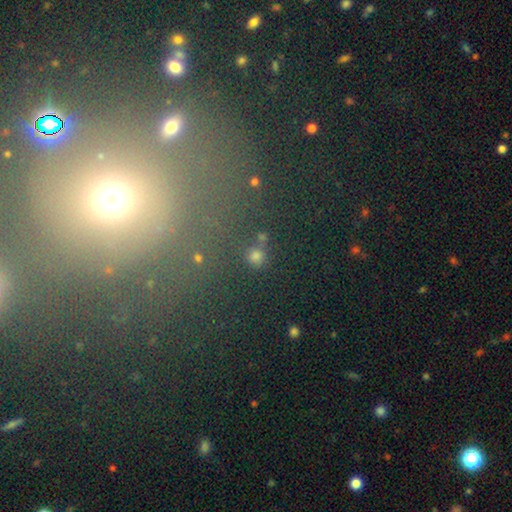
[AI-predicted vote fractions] The model was most divided on "smooth or featured": smooth: 67%, star or artifact: 26%, featured or disk: 7%. More confident: how rounded — round (90%); merging — none (79%).